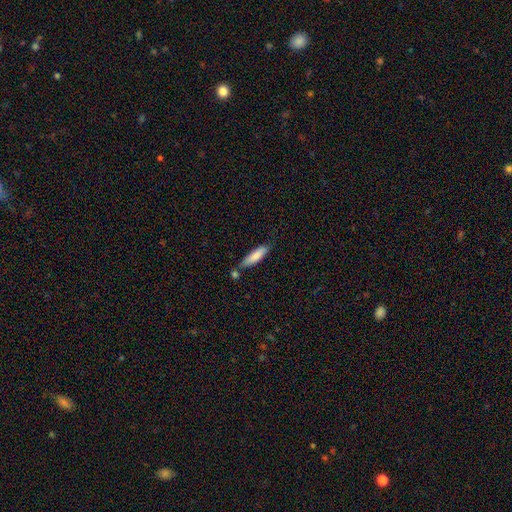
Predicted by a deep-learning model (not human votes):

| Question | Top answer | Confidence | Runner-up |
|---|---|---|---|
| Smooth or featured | smooth | 82% | featured or disk (12%) |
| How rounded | cigar-shaped | 68% | in between (31%) |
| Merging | none | 67% | minor disturbance (18%) |